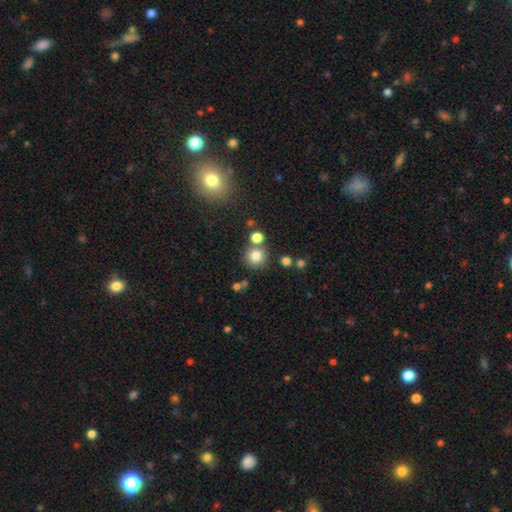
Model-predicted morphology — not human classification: A smooth galaxy with no disk features (79%) that is round (92%). Merging: none (72%).